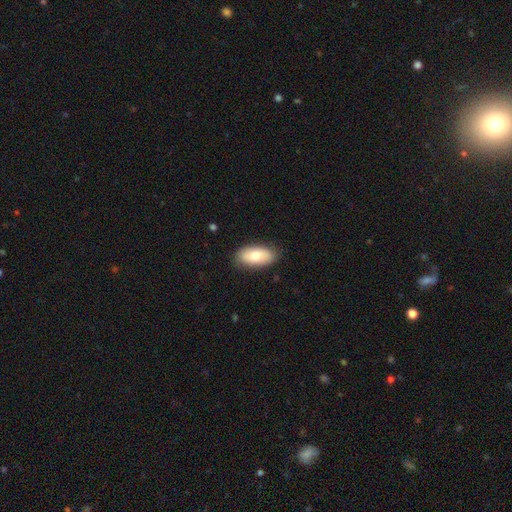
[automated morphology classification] Smooth or featured? Predicted: smooth (p=0.76). How rounded? Predicted: in between (p=0.93). Merging? Predicted: none (p=0.85).